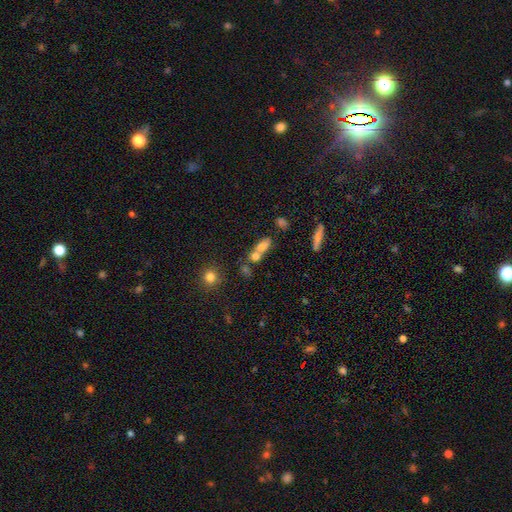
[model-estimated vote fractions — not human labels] The model was most divided on "merging": merger: 56%, none: 30%, minor disturbance: 8%, major disturbance: 5%. More confident: smooth or featured — smooth (69%); how rounded — in between (60%).